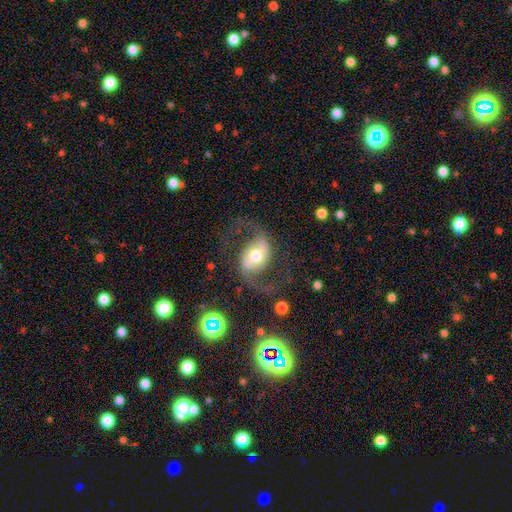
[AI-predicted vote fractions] Morphology: type=featured or disk (84%); edge-on=no (97%); bar=weak (36%); spiral arms=yes (94%); winding=loose (62%); arm count=2 (94%); bulge=moderate (68%); merging=none (72%).